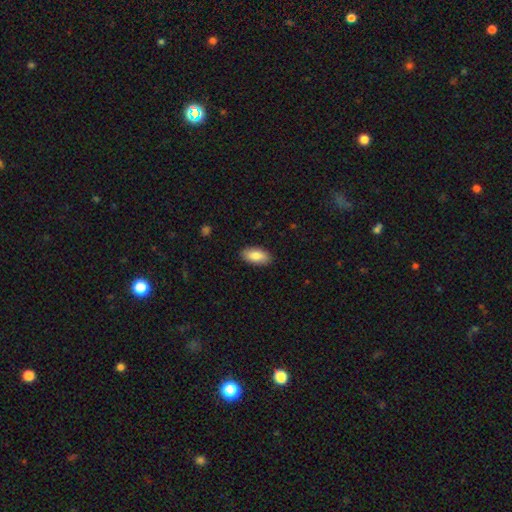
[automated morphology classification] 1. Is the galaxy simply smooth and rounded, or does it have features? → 85% smooth, 9% featured or disk, 6% star or artifact.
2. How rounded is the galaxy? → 92% in between, 6% cigar-shaped, 2% round.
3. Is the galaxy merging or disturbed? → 88% none, 9% minor disturbance, 2% major disturbance, 1% merger.